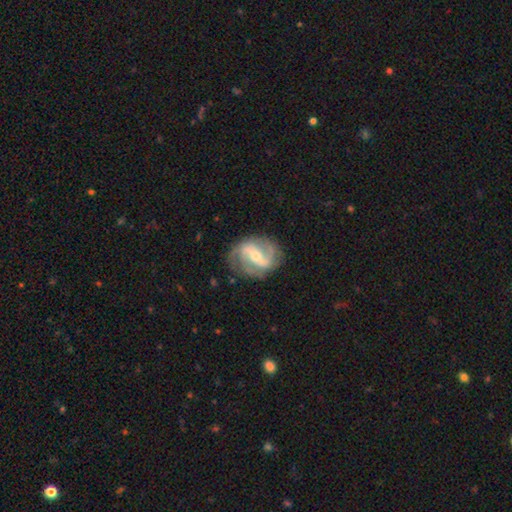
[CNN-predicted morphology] featured or disk 86%, smooth 9%, star or artifact 5%. Down the decision tree: edge-on disk — no (97%); bar — weak (40%); spiral arms — yes (95%); spiral arm count — 2 (75%); spiral winding — medium (48%); bulge size — small (55%); merging — none (76%).